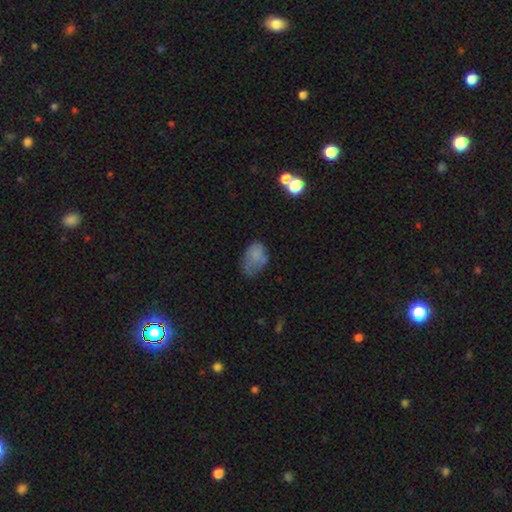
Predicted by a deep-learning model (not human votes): Overall: smooth (70%). How rounded: in between (86%). Merging: none (42%; minor disturbance 33%).